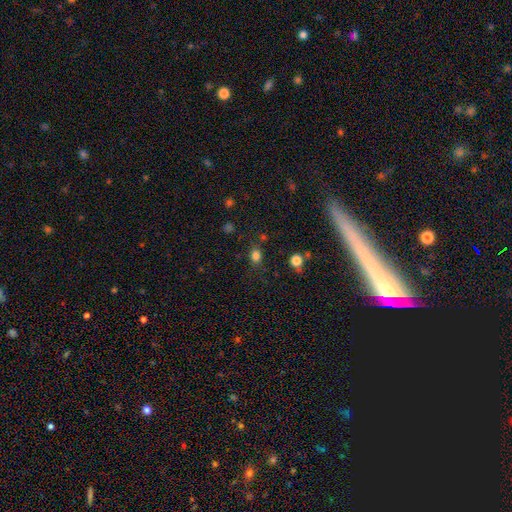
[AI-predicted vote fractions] This is clearly a smooth galaxy (80%). How rounded: possibly in between (56%). Merging: likely none (76%).